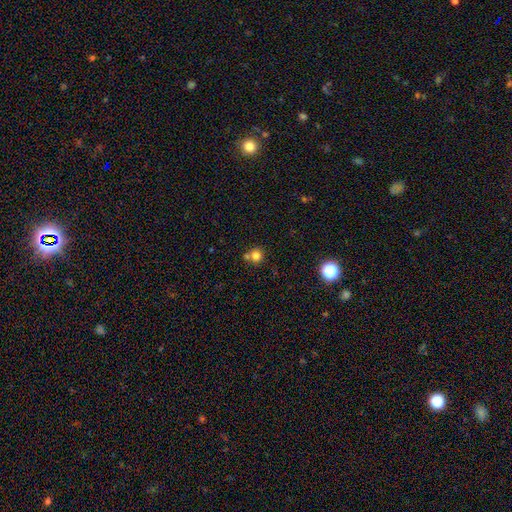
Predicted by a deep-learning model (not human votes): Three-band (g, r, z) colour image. It shows a smooth galaxy with no disk features (79%) that is round (90%). Merging: none (59%).